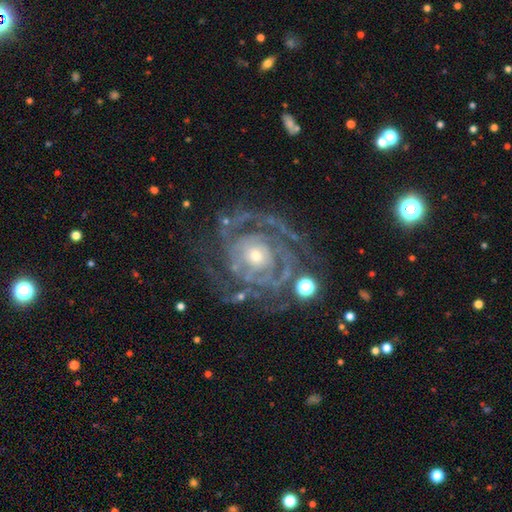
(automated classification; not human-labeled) smooth-or-featured: featured or disk: 87% | smooth: 7% | star or artifact: 6%
  disk-edge-on: no: 97% | yes: 3%
    bar: no: 79% | weak: 15% | strong: 6%
    has-spiral-arms: yes: 90% | no: 10%
      spiral-winding: tight: 66% | medium: 25% | loose: 8%
      spiral-arm-count: can't tell: 32% | 2: 22% | 3: 19% | 4: 11% | more than 4: 8% | 1: 8%
    bulge-size: small: 51% | moderate: 42% | large: 4% | none: 1% | dominant: 1%
  merging: none: 61% | major disturbance: 18% | minor disturbance: 18% | merger: 3%